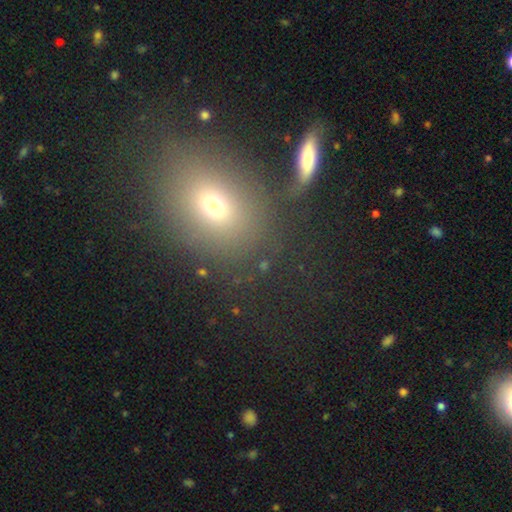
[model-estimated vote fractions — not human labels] smooth 62%, star or artifact 23%, featured or disk 16%. Down the decision tree: how rounded — in between (59%); merging — none (74%).